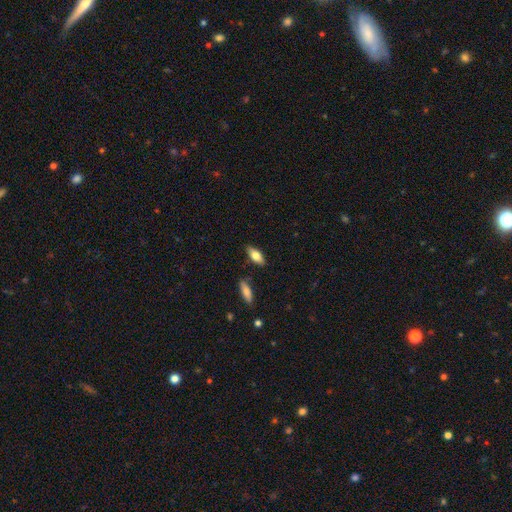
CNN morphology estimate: Q: Smooth or featured?
A: smooth (75%); runner-up: featured or disk (18%)
Q: How rounded?
A: in between (81%); runner-up: cigar-shaped (17%)
Q: Merging?
A: none (82%); runner-up: minor disturbance (12%)